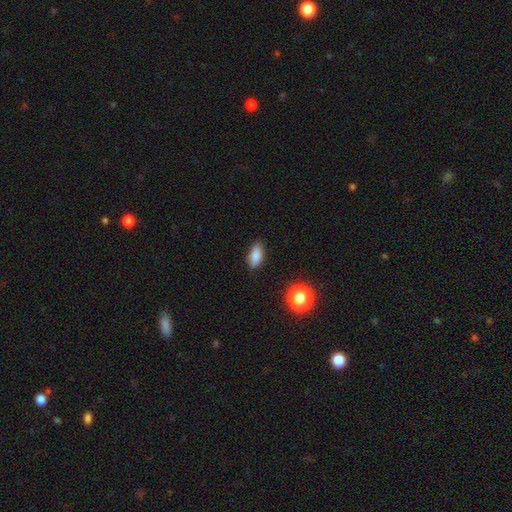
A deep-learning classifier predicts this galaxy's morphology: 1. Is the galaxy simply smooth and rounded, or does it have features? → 84% smooth, 10% star or artifact, 6% featured or disk.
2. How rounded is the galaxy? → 84% in between, 11% cigar-shaped, 5% round.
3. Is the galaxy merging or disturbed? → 87% none, 10% minor disturbance, 2% major disturbance, 1% merger.